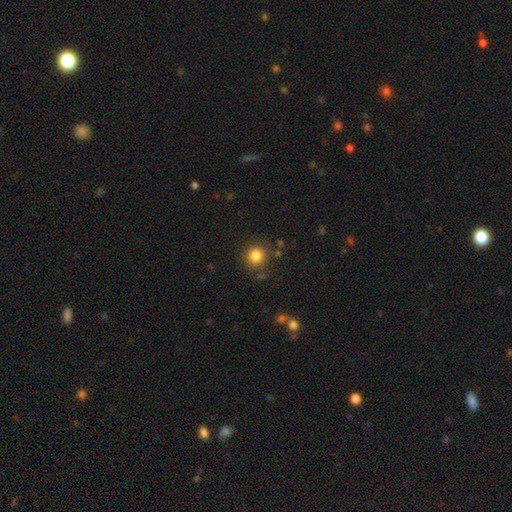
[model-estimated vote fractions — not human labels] Overall: smooth (83%). How rounded: round (89%). Merging: none (82%).